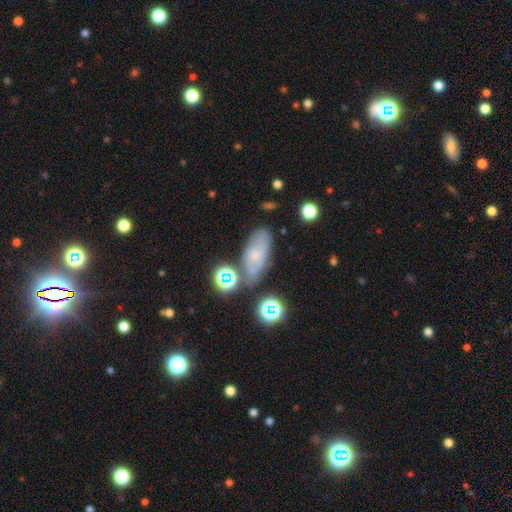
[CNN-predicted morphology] smooth-or-featured: smooth: 45% | featured or disk: 36% | star or artifact: 19%
  merging: none: 59% | minor disturbance: 21% | merger: 11% | major disturbance: 8%